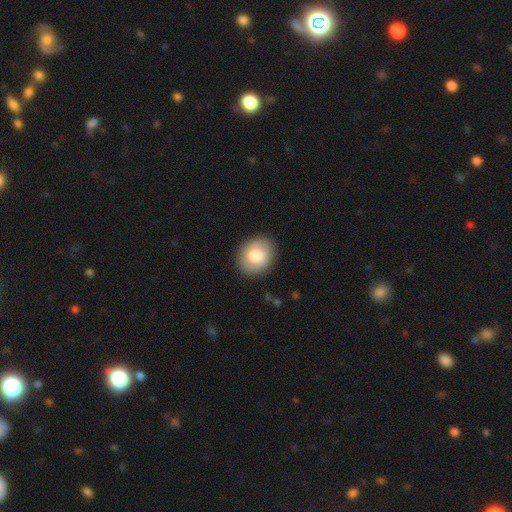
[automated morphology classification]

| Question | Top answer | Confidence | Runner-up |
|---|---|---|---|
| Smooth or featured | smooth | 78% | featured or disk (15%) |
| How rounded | round | 62% | in between (38%) |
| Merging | none | 89% | minor disturbance (8%) |